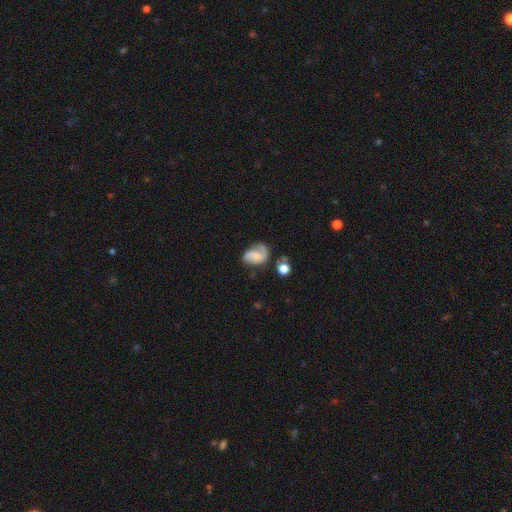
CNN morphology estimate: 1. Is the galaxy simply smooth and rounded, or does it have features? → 61% featured or disk, 30% smooth, 9% star or artifact.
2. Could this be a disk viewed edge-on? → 97% no, 3% yes.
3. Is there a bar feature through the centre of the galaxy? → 56% no, 35% weak, 9% strong.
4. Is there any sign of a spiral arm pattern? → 89% yes, 11% no.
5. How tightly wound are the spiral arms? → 43% medium, 33% loose, 24% tight.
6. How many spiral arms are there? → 63% 2, 25% 1, 9% can't tell, 2% 3, 1% 4, 1% more than 4.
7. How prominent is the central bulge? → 47% small, 25% none, 23% moderate, 3% large, 1% dominant.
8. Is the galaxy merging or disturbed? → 49% none, 27% minor disturbance, 17% major disturbance, 7% merger.